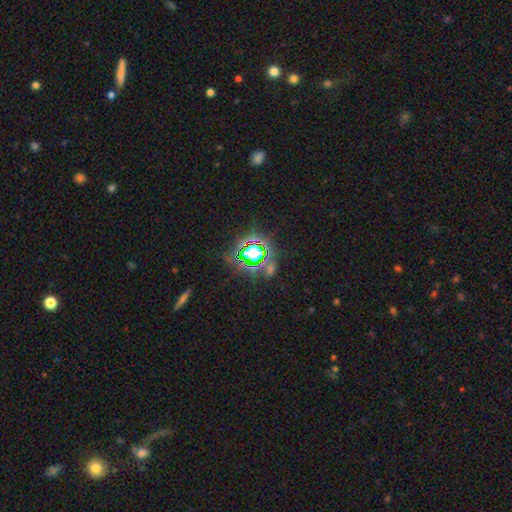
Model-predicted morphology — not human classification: Smooth or featured: star or artifact — 73% (smooth — 16%)